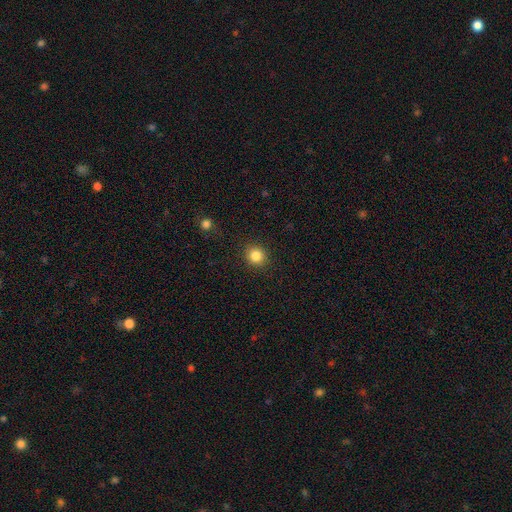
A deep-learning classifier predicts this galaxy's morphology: Smooth or featured?
  - smooth: 84% *
  - star or artifact: 11%
  - featured or disk: 5%
How rounded?
  - round: 85% *
  - in between: 15%
  - cigar-shaped: 1%
Merging?
  - none: 90% *
  - minor disturbance: 7%
  - major disturbance: 2%
  - merger: 1%